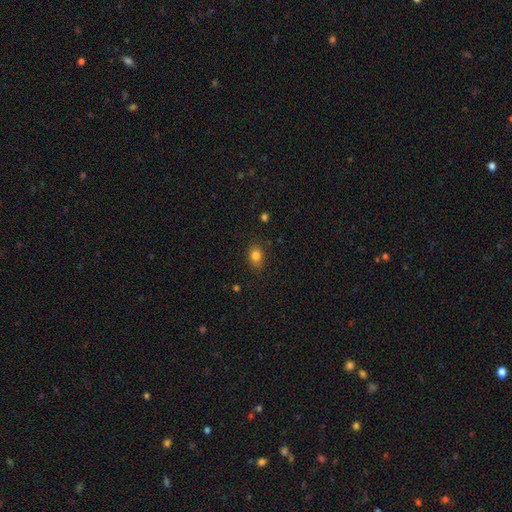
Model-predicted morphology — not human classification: Q: Smooth or featured?
A: smooth (82%); runner-up: star or artifact (11%)
Q: How rounded?
A: in between (66%); runner-up: round (33%)
Q: Merging?
A: none (82%); runner-up: minor disturbance (13%)